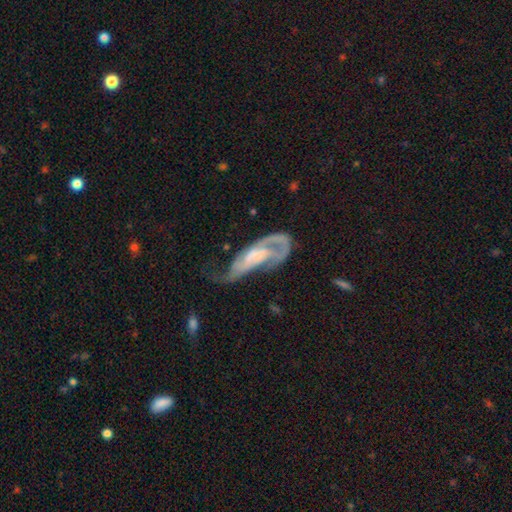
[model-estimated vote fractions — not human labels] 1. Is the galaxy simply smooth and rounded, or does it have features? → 75% featured or disk, 18% smooth, 7% star or artifact.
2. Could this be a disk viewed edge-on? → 90% no, 10% yes.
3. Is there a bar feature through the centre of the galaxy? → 52% no, 32% weak, 15% strong.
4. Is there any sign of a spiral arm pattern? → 84% yes, 16% no.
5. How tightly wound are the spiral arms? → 40% medium, 31% loose, 30% tight.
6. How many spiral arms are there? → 50% 2, 28% 1, 15% can't tell, 4% 3, 2% 4, 1% more than 4.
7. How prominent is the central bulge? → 30% none (tied), 30% small (tied), 26% moderate, 11% large, 2% dominant.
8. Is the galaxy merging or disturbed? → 46% major disturbance, 26% none, 22% minor disturbance, 6% merger.